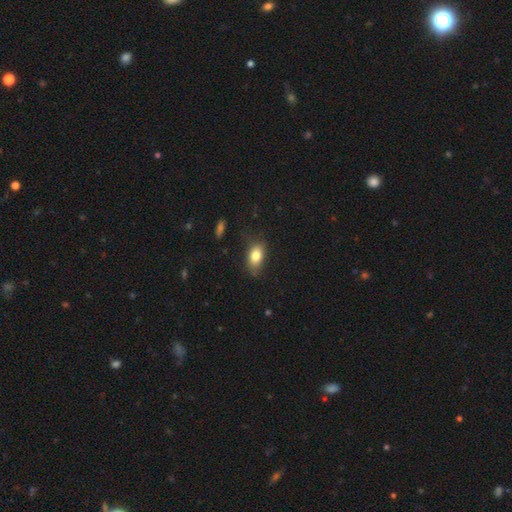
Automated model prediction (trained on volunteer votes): smooth_or_featured: smooth (p=0.81) [alt: featured or disk p=0.11]
how_rounded: in between (p=0.87) [alt: round p=0.09]
merging: none (p=0.73) [alt: minor disturbance p=0.21]